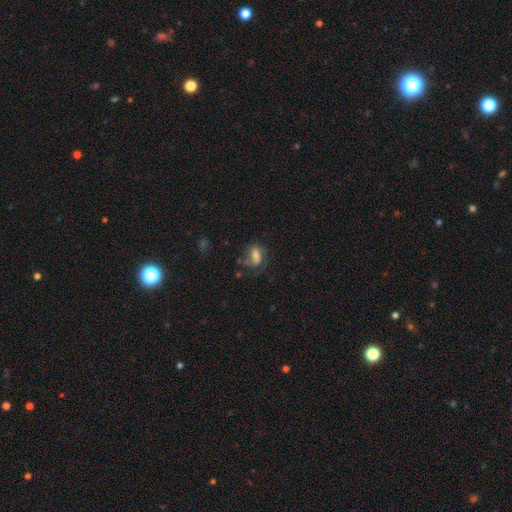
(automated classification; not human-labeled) Smooth or featured? smooth (56%)
How rounded? in between (79%)
Merging? none (45%)